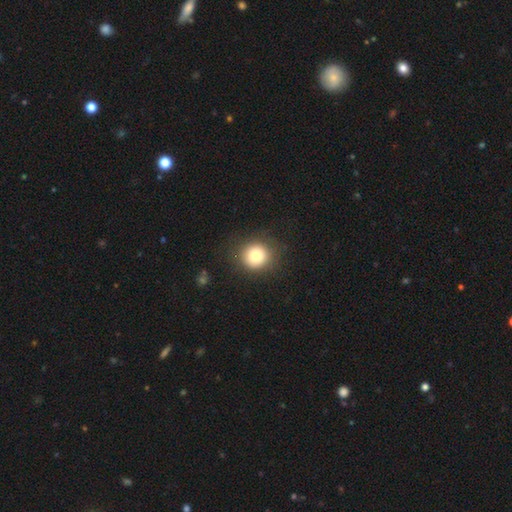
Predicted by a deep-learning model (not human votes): smooth 80%, star or artifact 11%, featured or disk 9%. Down the decision tree: how rounded — round (91%); merging — none (87%).